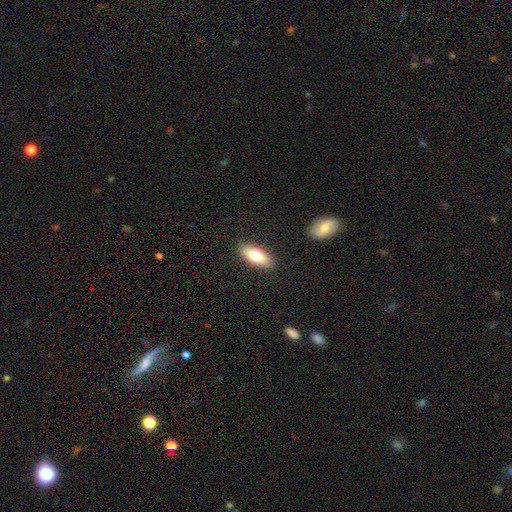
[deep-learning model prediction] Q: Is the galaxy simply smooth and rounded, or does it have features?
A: smooth — 74%.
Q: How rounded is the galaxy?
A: in between — 79%.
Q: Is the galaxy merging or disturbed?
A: none — 89%.